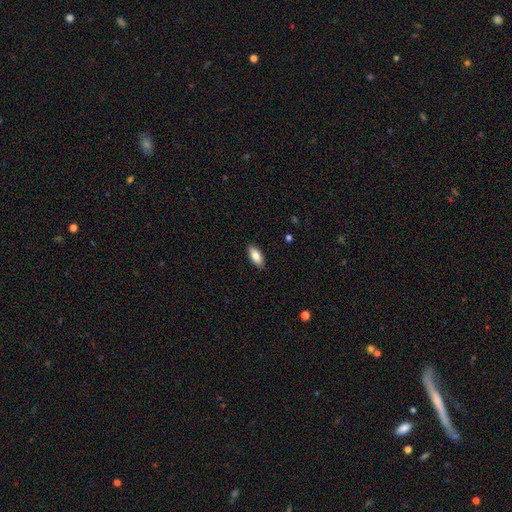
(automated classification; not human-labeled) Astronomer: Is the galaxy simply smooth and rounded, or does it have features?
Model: smooth — 83%.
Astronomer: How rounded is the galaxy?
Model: in between — 86%.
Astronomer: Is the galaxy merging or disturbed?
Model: none — 89%.